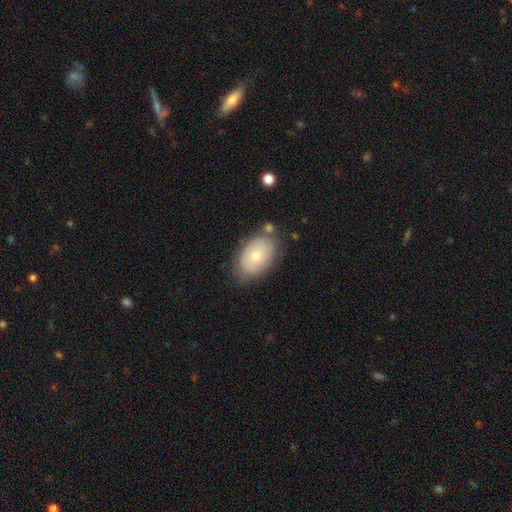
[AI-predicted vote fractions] This appears to be a smooth galaxy with no disk features (70%) that is in between round and cigar-shaped (89%). Merging: none (73%).